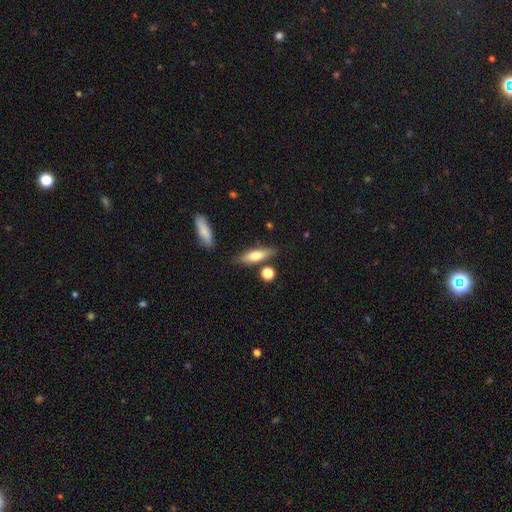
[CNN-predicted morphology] type=smooth (70%); roundness=cigar-shaped (51%); merging=none (75%).